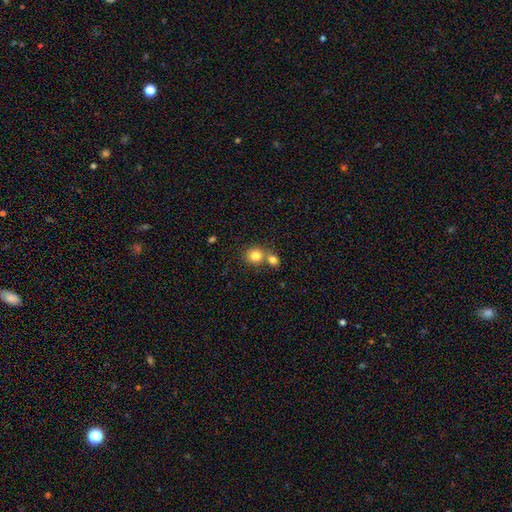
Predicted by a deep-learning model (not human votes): Smooth or featured: smooth — 82% (star or artifact — 10%)
How rounded: round — 87% (in between — 12%)
Merging: none — 54% (merger — 37%)